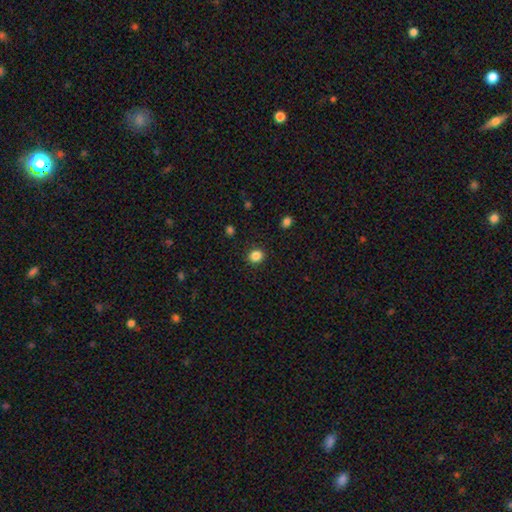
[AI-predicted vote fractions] Q: Smooth or featured?
A: smooth (85%); runner-up: star or artifact (11%)
Q: How rounded?
A: round (80%); runner-up: in between (19%)
Q: Merging?
A: none (90%); runner-up: minor disturbance (6%)